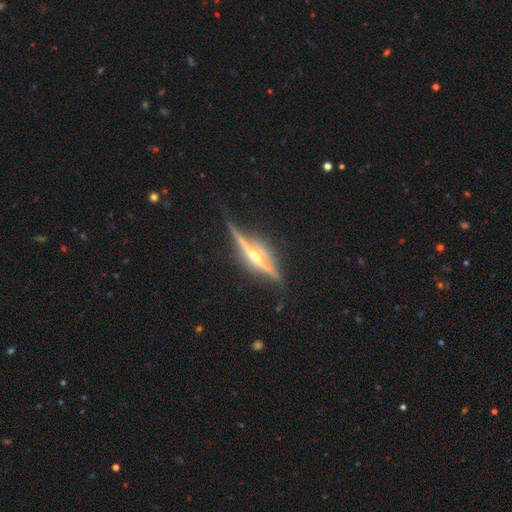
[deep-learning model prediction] Smooth or featured?
  - featured or disk: 87% *
  - smooth: 7%
  - star or artifact: 5%
Edge-on disk?
  - yes: 97% *
  - no: 3%
Edge-on bulge?
  - rounded: 91% *
  - boxy: 5%
  - none: 4%
Merging?
  - none: 82% *
  - minor disturbance: 12%
  - major disturbance: 3%
  - merger: 2%